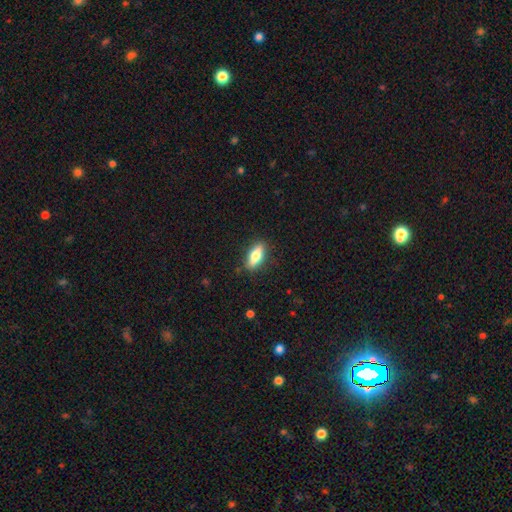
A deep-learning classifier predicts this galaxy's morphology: Smooth or featured: smooth — 69% (featured or disk — 24%)
How rounded: in between — 68% (cigar-shaped — 29%)
Merging: none — 86% (minor disturbance — 11%)